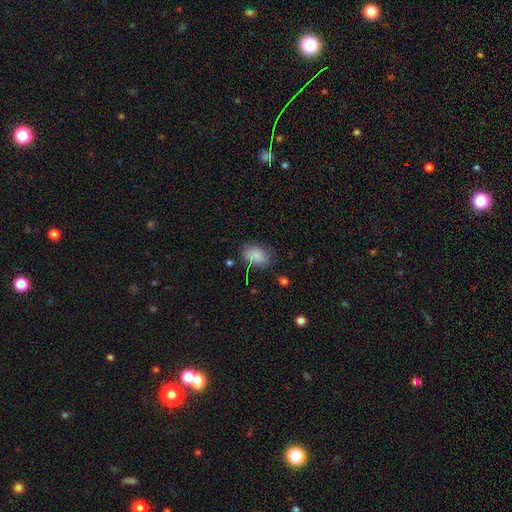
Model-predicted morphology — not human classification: smooth-or-featured: smooth: 83% | star or artifact: 10% | featured or disk: 7%
  how-rounded: in between: 80% | round: 18% | cigar-shaped: 1%
  merging: none: 70% | minor disturbance: 21% | major disturbance: 6% | merger: 3%